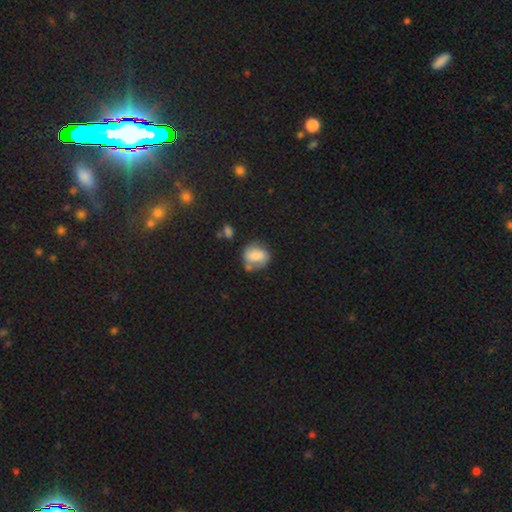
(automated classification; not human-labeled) Q: Smooth or featured?
A: smooth (70%); runner-up: featured or disk (21%)
Q: How rounded?
A: round (55%); runner-up: in between (43%)
Q: Merging?
A: none (48%); runner-up: minor disturbance (26%)